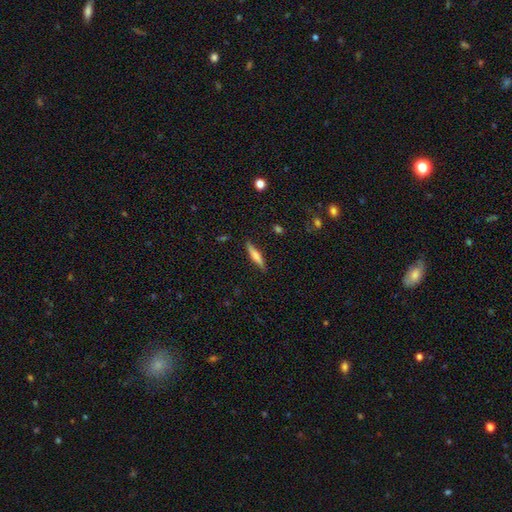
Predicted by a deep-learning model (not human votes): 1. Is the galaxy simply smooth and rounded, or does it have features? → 60% smooth, 33% featured or disk, 7% star or artifact.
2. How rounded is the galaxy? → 85% cigar-shaped, 13% in between, 2% round.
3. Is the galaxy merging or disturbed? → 87% none, 9% minor disturbance, 2% major disturbance, 1% merger.